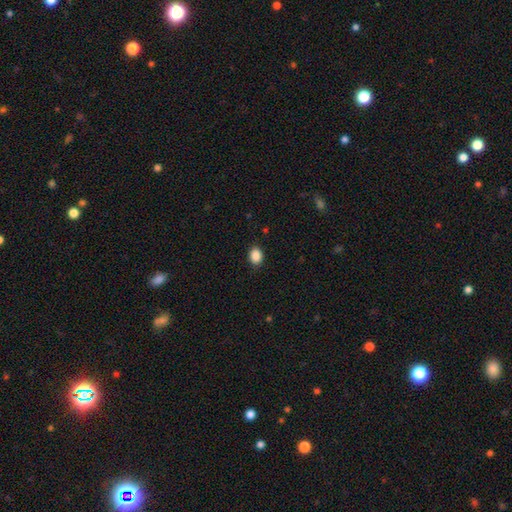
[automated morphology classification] A smooth galaxy with no disk features (88%) that is in between round and cigar-shaped (57%). Merging: none (88%).